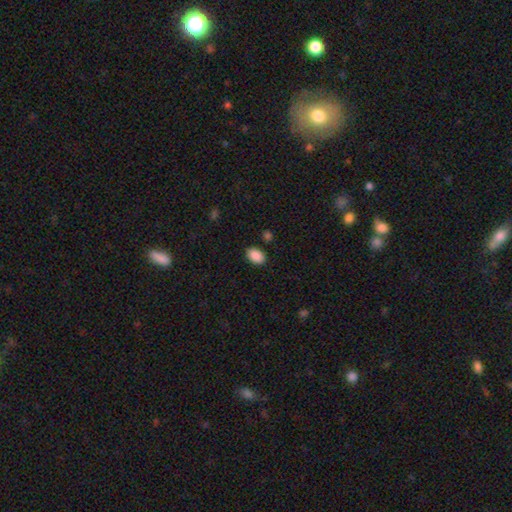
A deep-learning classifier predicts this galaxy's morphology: smooth 90%, star or artifact 8%, featured or disk 3%. Down the decision tree: how rounded — in between (87%); merging — none (87%).